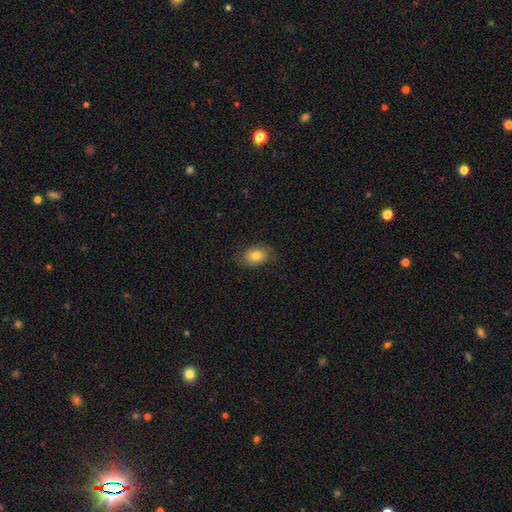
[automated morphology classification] This appears to be a smooth galaxy with no disk features (77%) that is in between round and cigar-shaped (79%). Merging: none (76%).